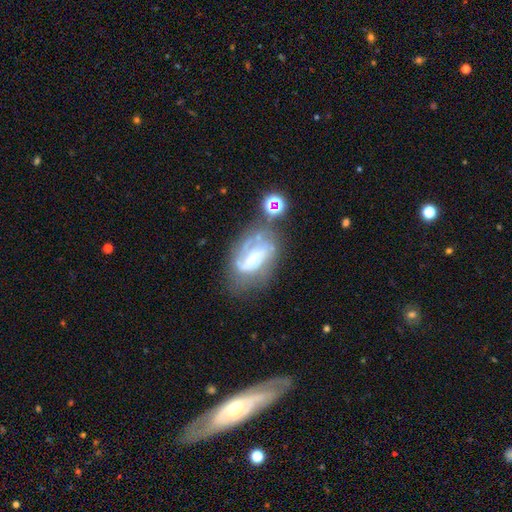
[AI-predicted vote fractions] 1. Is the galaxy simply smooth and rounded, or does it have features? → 70% featured or disk, 19% smooth, 11% star or artifact.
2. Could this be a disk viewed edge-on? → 94% no, 6% yes.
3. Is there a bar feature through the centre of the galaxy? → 41% weak, 33% strong, 26% no.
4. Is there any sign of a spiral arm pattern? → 79% yes, 21% no.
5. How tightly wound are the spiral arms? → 40% medium, 39% tight, 21% loose.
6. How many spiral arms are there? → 45% 2, 30% can't tell, 15% 1, 6% 3, 2% 4, 2% more than 4.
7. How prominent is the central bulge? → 33% small, 31% moderate, 22% none, 11% large, 2% dominant.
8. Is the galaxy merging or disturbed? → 47% none, 23% minor disturbance, 19% major disturbance, 11% merger.